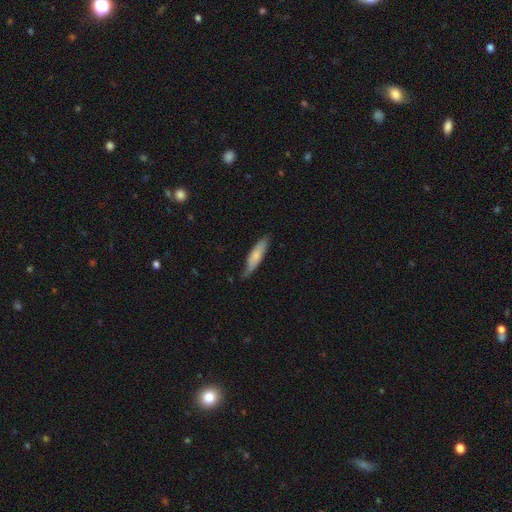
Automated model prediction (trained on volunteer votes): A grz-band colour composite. It shows a smooth galaxy with no disk features (71%) that is cigar-shaped (69%). Merging: none (70%).